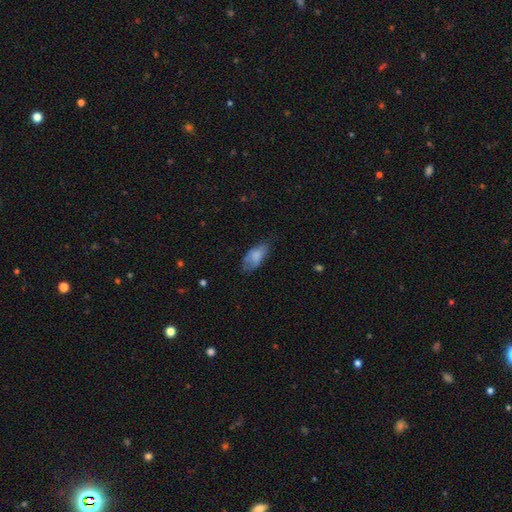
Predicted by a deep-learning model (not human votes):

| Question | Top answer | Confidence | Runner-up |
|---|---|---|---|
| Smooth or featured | smooth | 76% | featured or disk (17%) |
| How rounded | in between | 89% | cigar-shaped (8%) |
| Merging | none | 57% | minor disturbance (30%) |